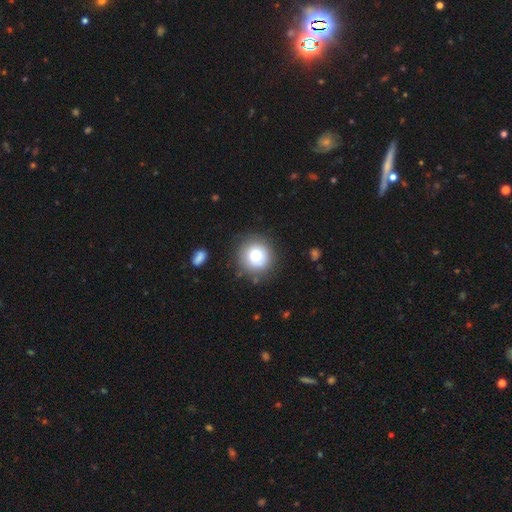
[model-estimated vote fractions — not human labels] smooth 75%, featured or disk 15%, star or artifact 10%. Down the decision tree: how rounded — round (93%); merging — none (83%).